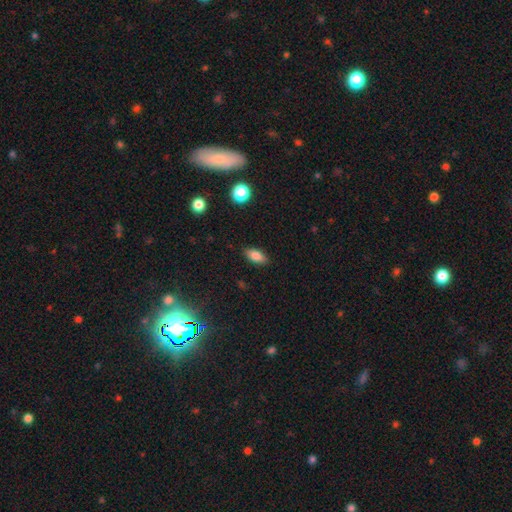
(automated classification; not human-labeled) A smooth galaxy with no disk features (83%) that is in between round and cigar-shaped (87%). Merging: none (86%).